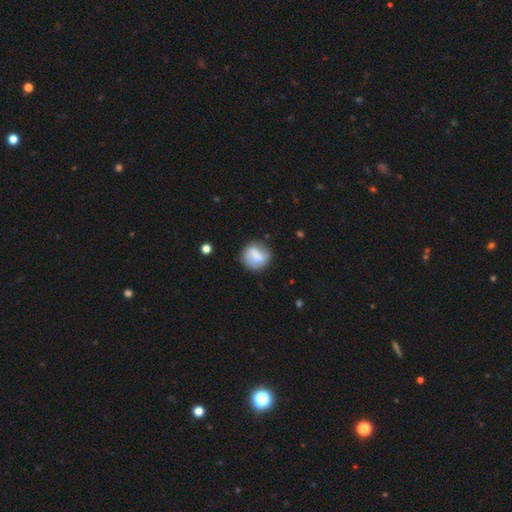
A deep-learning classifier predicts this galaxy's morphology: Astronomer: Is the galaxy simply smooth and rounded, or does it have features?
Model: smooth — 66%.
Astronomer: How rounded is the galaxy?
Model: round — 82%.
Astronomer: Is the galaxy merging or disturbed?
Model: none — 72%.